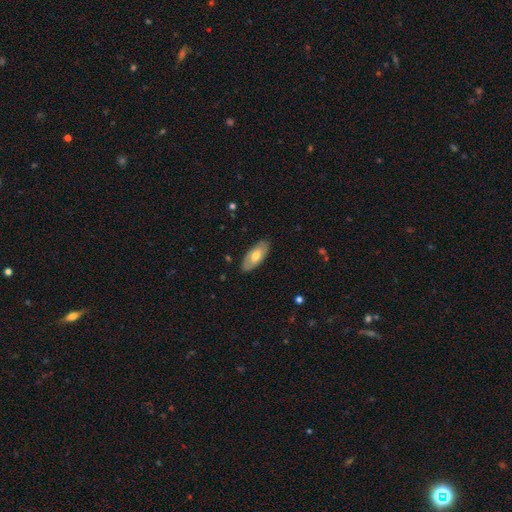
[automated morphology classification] smooth_or_featured: smooth (p=0.54) [alt: featured or disk p=0.41]
how_rounded: in between (p=0.91) [alt: cigar-shaped p=0.07]
merging: none (p=0.85) [alt: minor disturbance p=0.12]